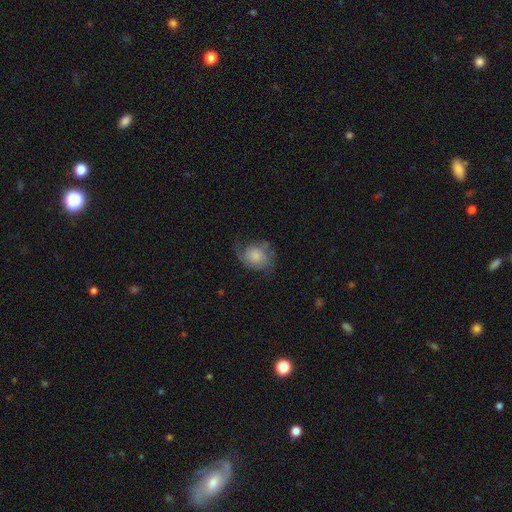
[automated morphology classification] smooth-or-featured: featured or disk: 47% | smooth: 45% | star or artifact: 8%
  merging: none: 53% | minor disturbance: 27% | major disturbance: 18% | merger: 1%